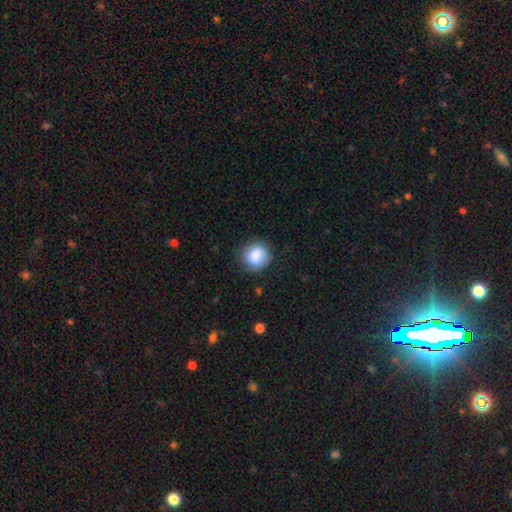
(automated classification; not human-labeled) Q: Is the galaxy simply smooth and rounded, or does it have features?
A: smooth — 85%.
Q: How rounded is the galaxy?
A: round — 86%.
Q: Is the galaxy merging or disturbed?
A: none — 82%.